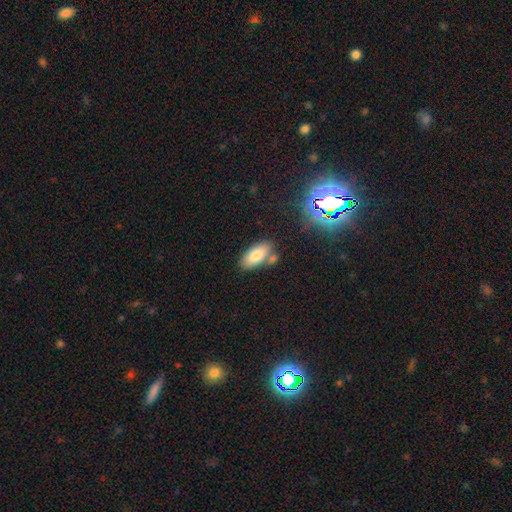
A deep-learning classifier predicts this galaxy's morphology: Smooth or featured: smooth — 78% (featured or disk — 13%)
How rounded: in between — 91% (cigar-shaped — 6%)
Merging: none — 65% (merger — 17%)